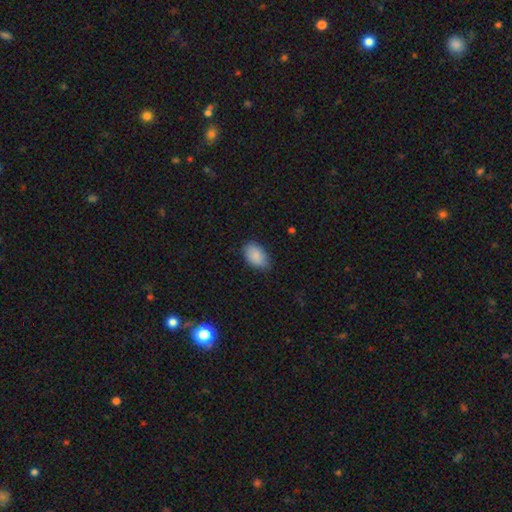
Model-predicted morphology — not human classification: Overall: smooth (88%). How rounded: in between (92%). Merging: none (76%).